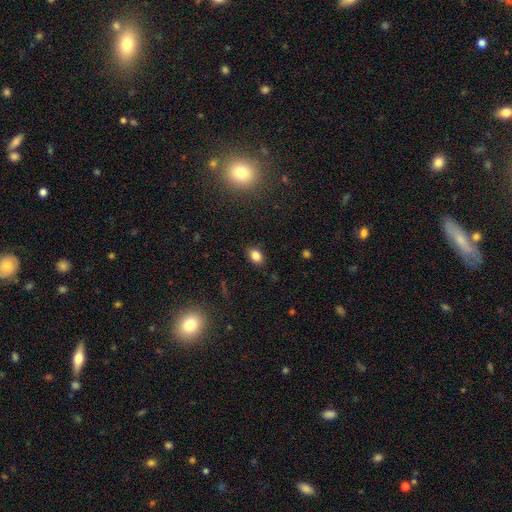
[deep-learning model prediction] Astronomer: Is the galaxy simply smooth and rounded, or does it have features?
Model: smooth — 83%.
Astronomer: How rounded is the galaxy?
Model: in between — 75%.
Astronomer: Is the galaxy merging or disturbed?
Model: none — 87%.